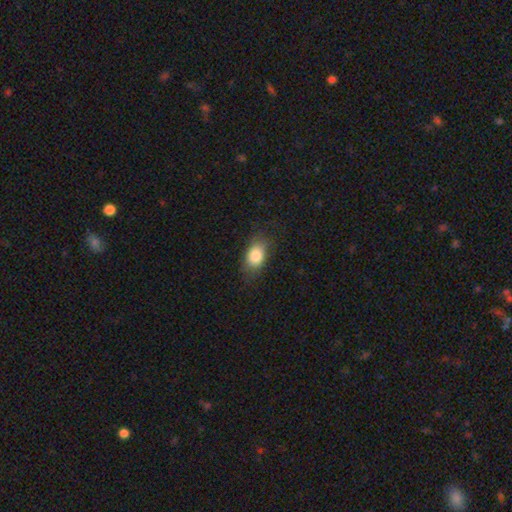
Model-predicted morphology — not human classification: A smooth galaxy with no disk features (82%) that is in between round and cigar-shaped (82%). Merging: none (73%).